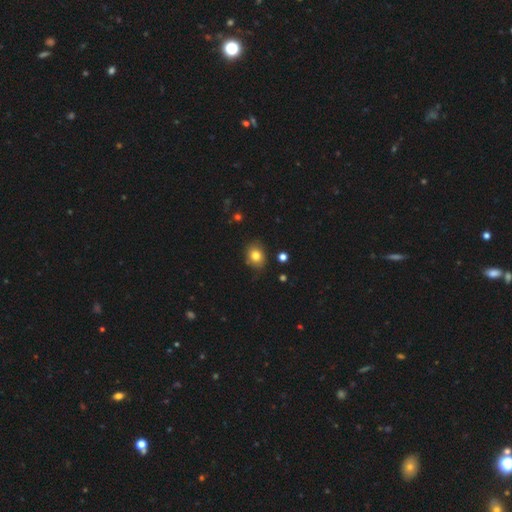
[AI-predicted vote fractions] This appears to be a smooth galaxy with no disk features (80%) that is round (51%). Merging: none (79%).